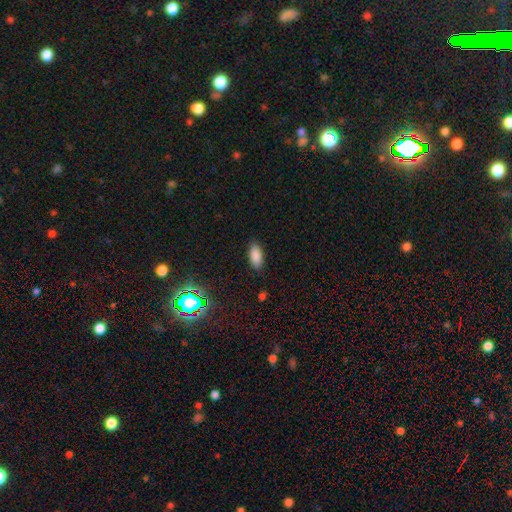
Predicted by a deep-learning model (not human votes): Q: Smooth or featured?
A: smooth (86%); runner-up: star or artifact (9%)
Q: How rounded?
A: in between (89%); runner-up: cigar-shaped (8%)
Q: Merging?
A: none (87%); runner-up: minor disturbance (10%)